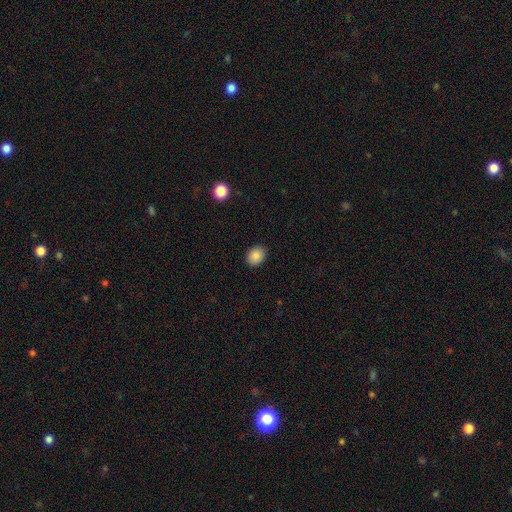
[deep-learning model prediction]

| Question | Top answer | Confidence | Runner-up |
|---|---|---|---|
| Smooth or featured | smooth | 87% | star or artifact (9%) |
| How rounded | in between | 51% | round (48%) |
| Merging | none | 89% | minor disturbance (8%) |